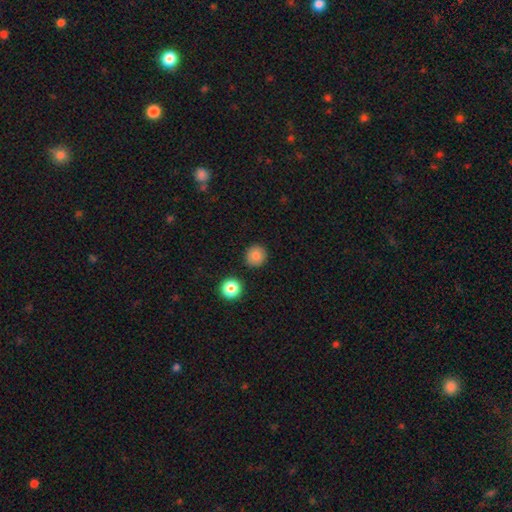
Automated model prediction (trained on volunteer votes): smooth-or-featured: smooth: 84% | star or artifact: 10% | featured or disk: 6%
  how-rounded: round: 92% | in between: 7% | cigar-shaped: 1%
  merging: none: 90% | minor disturbance: 6% | merger: 2% | major disturbance: 2%